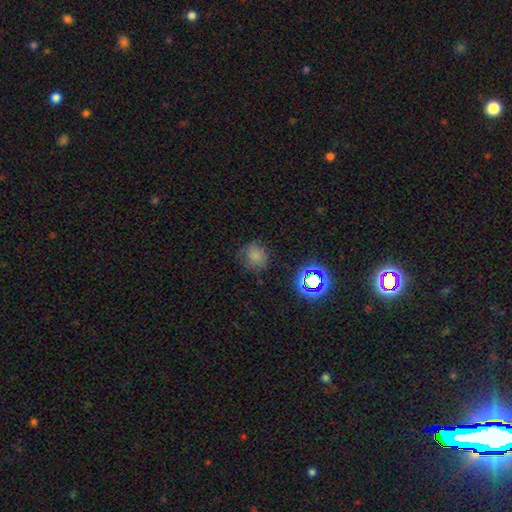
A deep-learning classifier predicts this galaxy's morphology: Smooth or featured: smooth — 70% (star or artifact — 21%)
How rounded: round — 78% (in between — 21%)
Merging: none — 73% (minor disturbance — 19%)